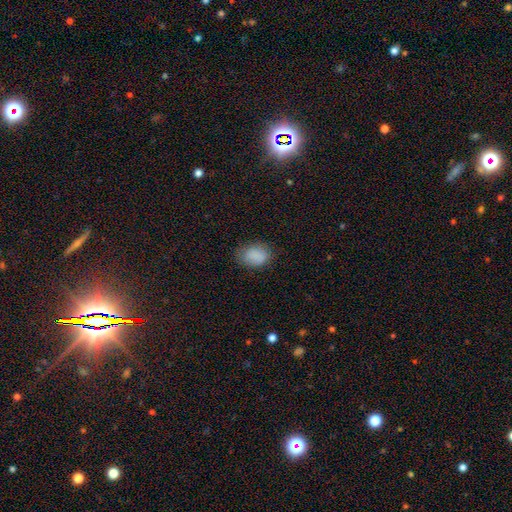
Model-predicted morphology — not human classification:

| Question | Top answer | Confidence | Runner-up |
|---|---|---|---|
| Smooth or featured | smooth | 87% | star or artifact (8%) |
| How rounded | in between | 73% | round (26%) |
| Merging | none | 76% | minor disturbance (18%) |